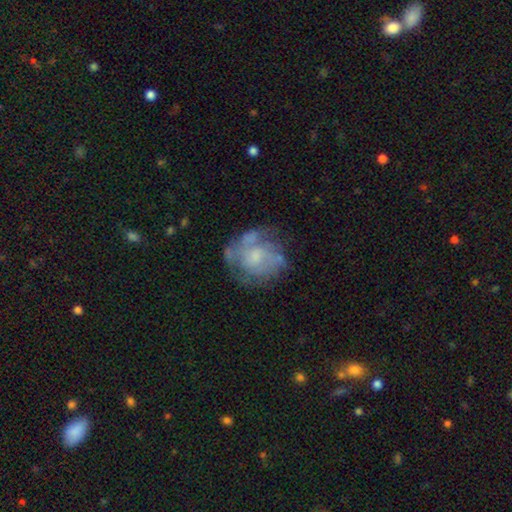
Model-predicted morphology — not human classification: A featured or disk galaxy (61%) with no bar (78%), no spiral arms (56%) and a moderate central bulge (40%). Merging: none (55%).